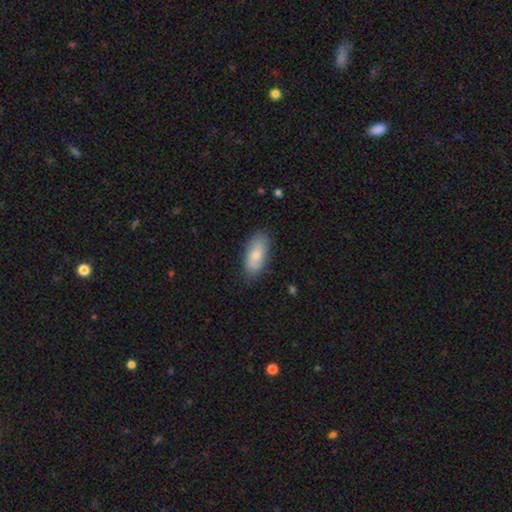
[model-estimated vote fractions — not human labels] This is likely a smooth galaxy (75%). How rounded: clearly in between (91%). Merging: likely none (78%).